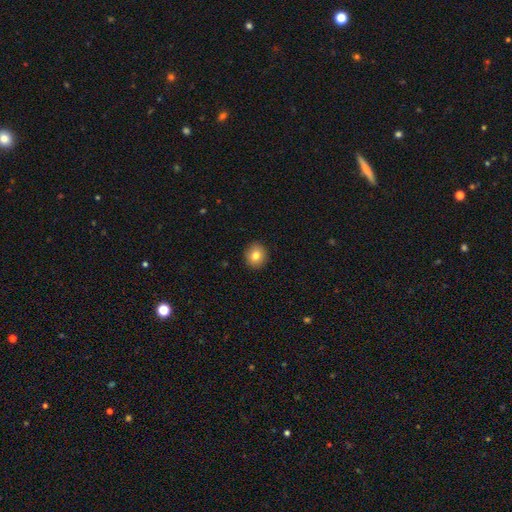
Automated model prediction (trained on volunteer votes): This is clearly a smooth galaxy (80%). How rounded: clearly round (85%). Merging: clearly none (91%).